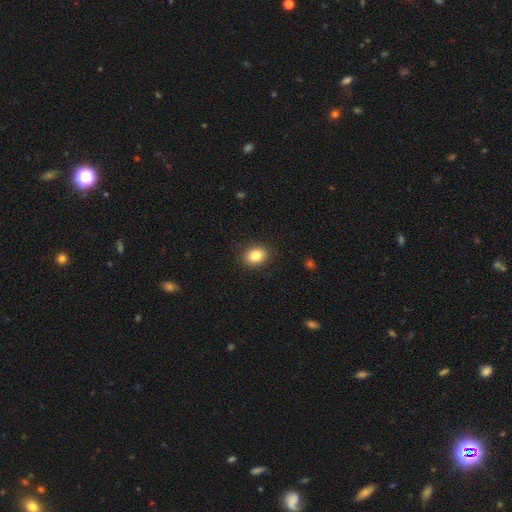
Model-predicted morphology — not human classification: Smooth or featured? smooth (85%)
How rounded? in between (51%)
Merging? none (88%)